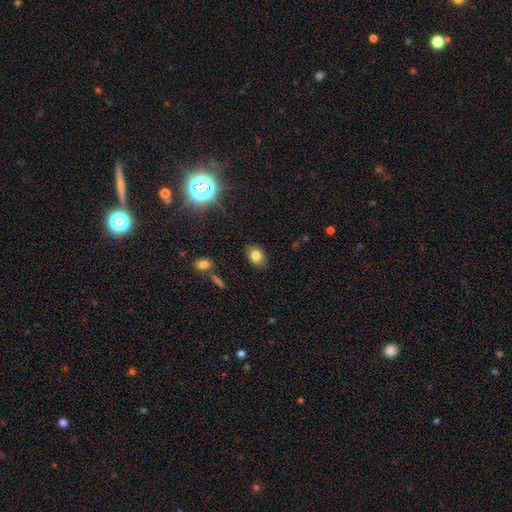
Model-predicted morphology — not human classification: Smooth or featured?
  - smooth: 79% *
  - star or artifact: 11%
  - featured or disk: 10%
How rounded?
  - in between: 74% *
  - round: 25%
  - cigar-shaped: 1%
Merging?
  - none: 85% *
  - minor disturbance: 11%
  - major disturbance: 3%
  - merger: 1%